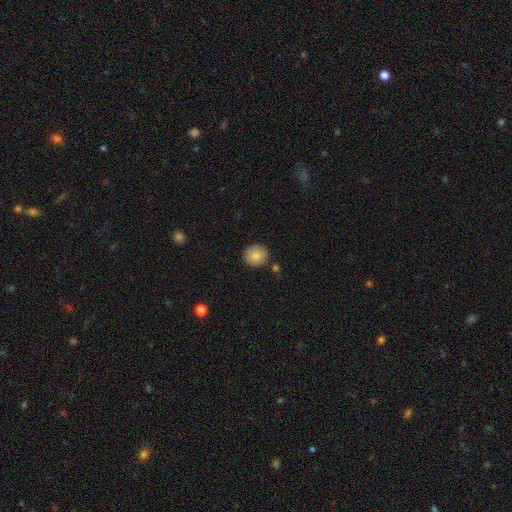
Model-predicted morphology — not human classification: type=smooth (84%); roundness=round (87%); merging=none (84%).